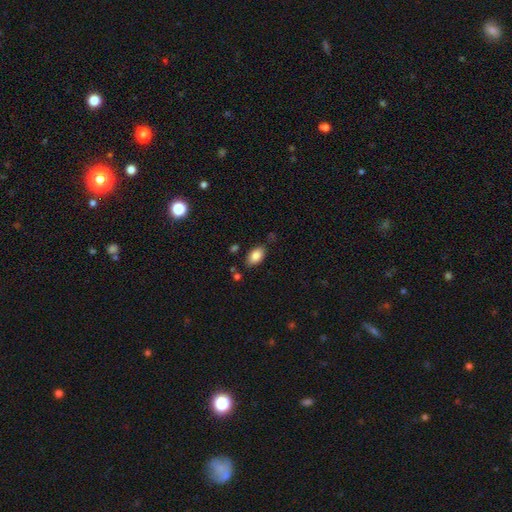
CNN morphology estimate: smooth 85%, featured or disk 8%, star or artifact 8%. Down the decision tree: how rounded — in between (92%); merging — none (80%).